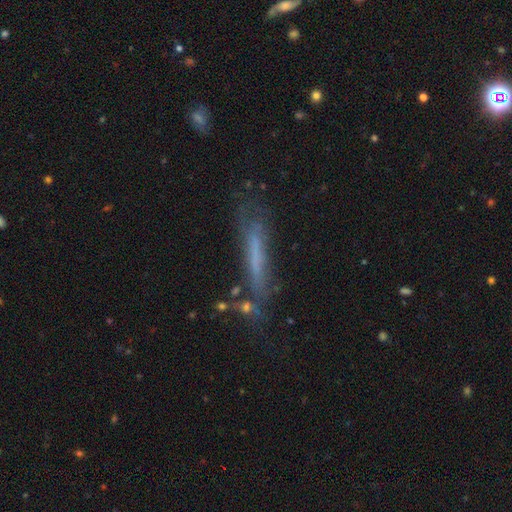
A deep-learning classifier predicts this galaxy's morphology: Smooth or featured? smooth (47%)
Merging? none (65%)